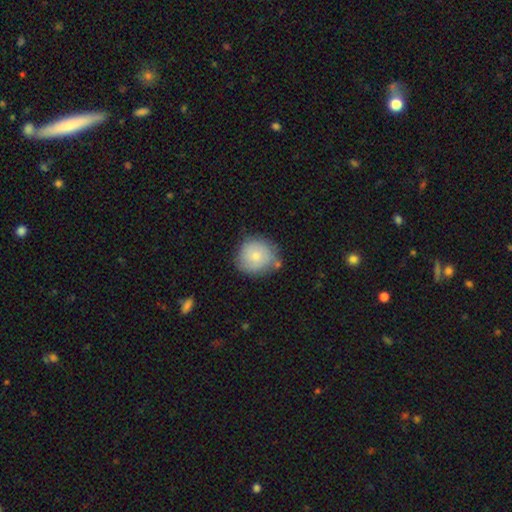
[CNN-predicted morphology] Smooth or featured? Predicted: smooth (p=0.71). How rounded? Predicted: round (p=0.86). Merging? Predicted: none (p=0.66).